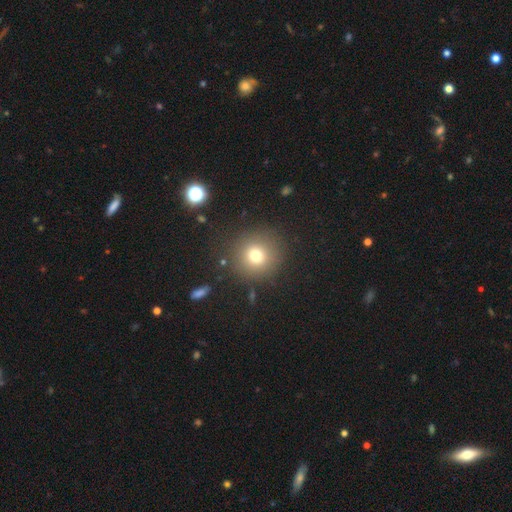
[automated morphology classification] This is likely a smooth galaxy (73%). How rounded: clearly round (93%). Merging: clearly none (87%).